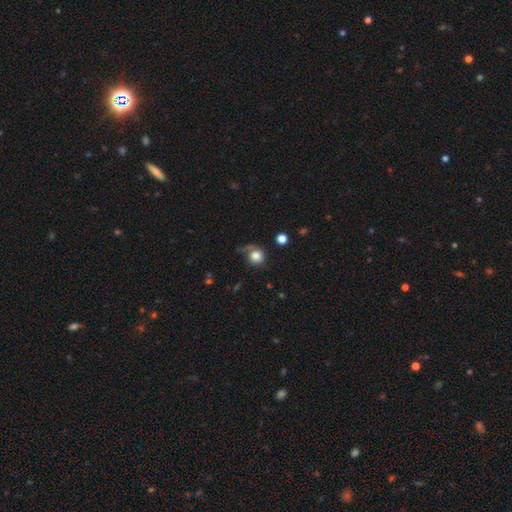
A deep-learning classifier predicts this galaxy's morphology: smooth 79%, featured or disk 12%, star or artifact 9%. Down the decision tree: how rounded — round (85%); merging — none (49%).